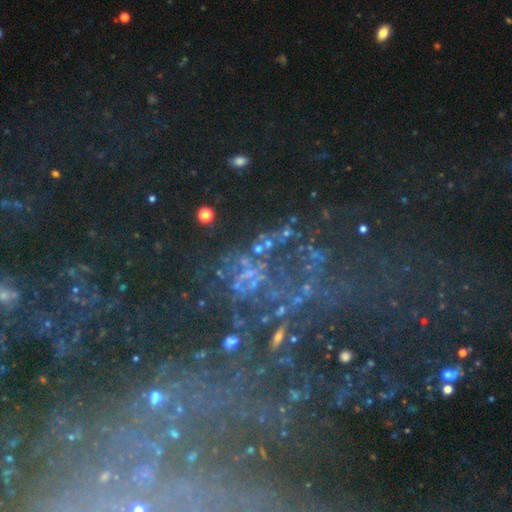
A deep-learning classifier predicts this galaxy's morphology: Smooth or featured? star or artifact (54%)